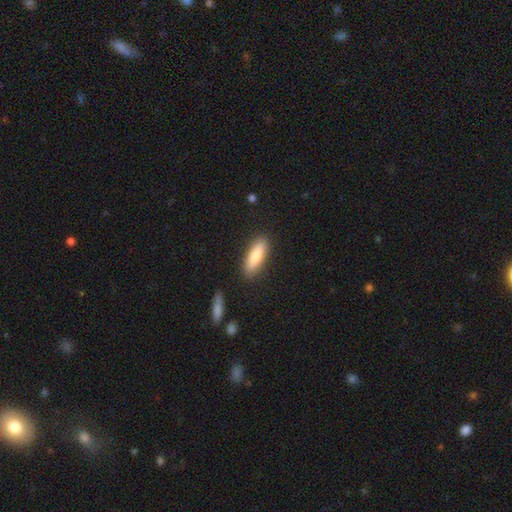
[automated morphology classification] Overall: smooth (81%). How rounded: cigar-shaped (49%, tied with in between). Merging: none (87%).